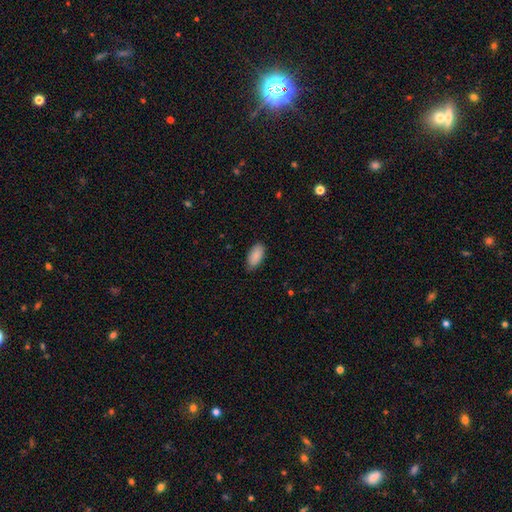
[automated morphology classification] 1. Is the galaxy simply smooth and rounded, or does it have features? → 89% smooth, 6% star or artifact, 5% featured or disk.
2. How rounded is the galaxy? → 94% in between, 4% cigar-shaped, 2% round.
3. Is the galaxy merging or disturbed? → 83% none, 14% minor disturbance, 2% major disturbance, 1% merger.